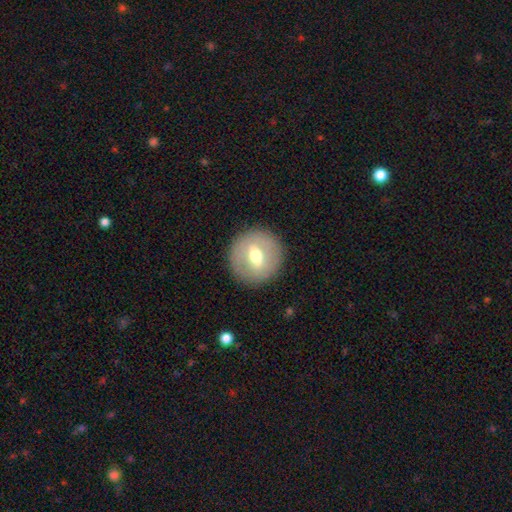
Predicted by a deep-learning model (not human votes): Morphology: type=featured or disk (46%, tied with smooth); merging=none (89%).